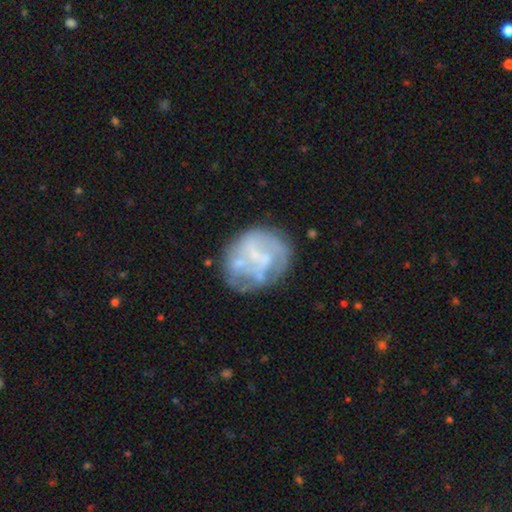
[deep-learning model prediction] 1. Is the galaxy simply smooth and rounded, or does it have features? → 63% featured or disk, 27% smooth, 9% star or artifact.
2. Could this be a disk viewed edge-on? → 98% no, 2% yes.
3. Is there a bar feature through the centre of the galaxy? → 65% no, 27% weak, 8% strong.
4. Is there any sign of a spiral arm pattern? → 64% no, 36% yes.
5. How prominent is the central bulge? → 44% none, 36% small, 16% moderate, 2% large, 1% dominant.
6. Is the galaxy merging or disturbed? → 56% none, 20% minor disturbance, 17% major disturbance, 7% merger.